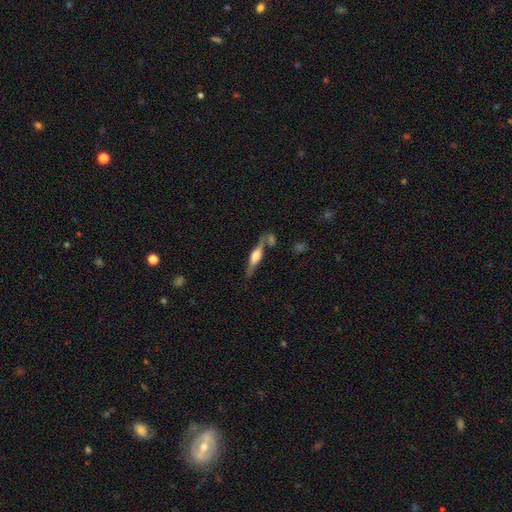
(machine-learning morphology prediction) smooth-or-featured: featured or disk: 68% | smooth: 26% | star or artifact: 6%
  disk-edge-on: yes: 95% | no: 5%
    edge-on-bulge: rounded: 80% | boxy: 16% | none: 4%
  merging: none: 69% | minor disturbance: 14% | merger: 13% | major disturbance: 4%